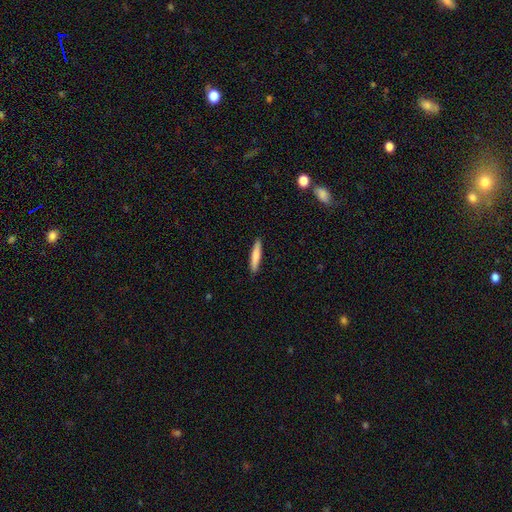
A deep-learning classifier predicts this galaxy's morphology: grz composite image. It shows a smooth galaxy with no disk features (76%) that is cigar-shaped (90%). Merging: none (91%).